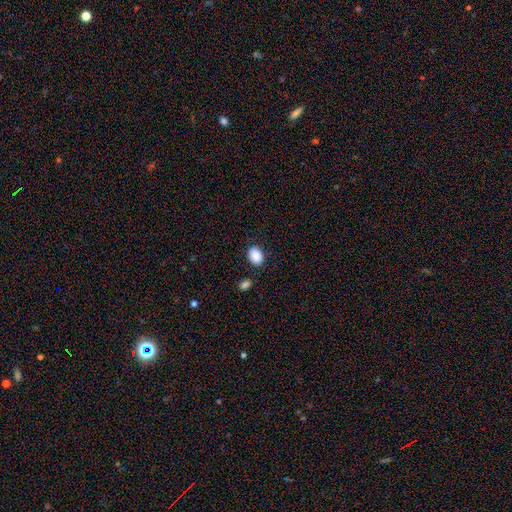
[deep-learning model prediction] A smooth galaxy with no disk features (89%) that is in between round and cigar-shaped (78%). Merging: none (80%).